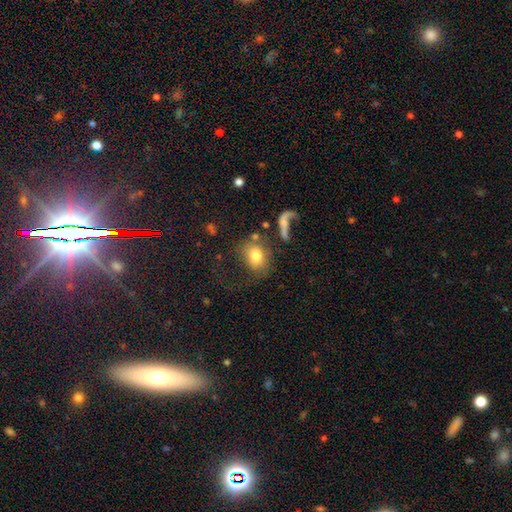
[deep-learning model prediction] Smooth or featured?
  - smooth: 74% *
  - featured or disk: 17%
  - star or artifact: 9%
How rounded?
  - in between: 57% *
  - round: 41%
  - cigar-shaped: 2%
Merging?
  - none: 46% *
  - major disturbance: 26%
  - minor disturbance: 16%
  - merger: 12%